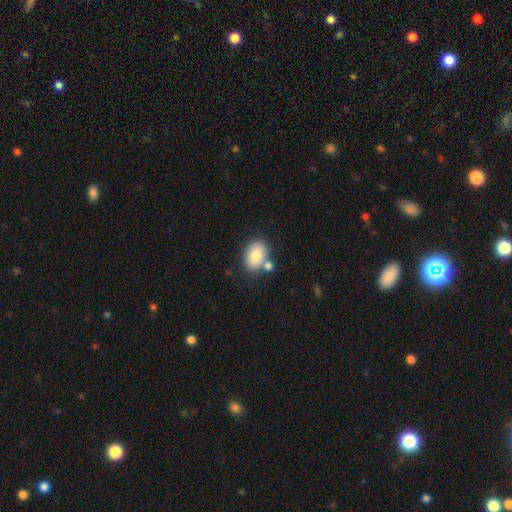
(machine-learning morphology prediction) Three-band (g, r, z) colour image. It shows a smooth galaxy with no disk features (80%) that is in between round and cigar-shaped (75%). Merging: none (67%).